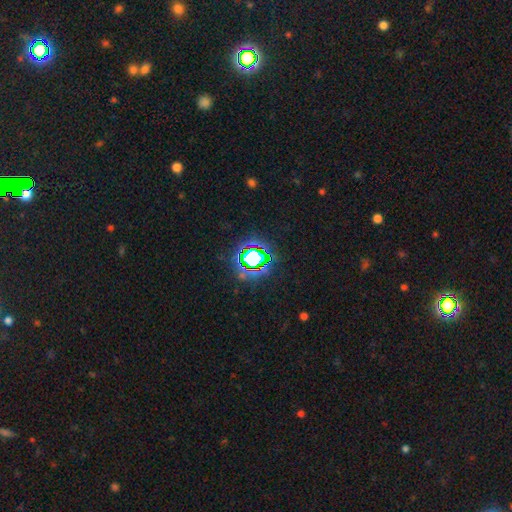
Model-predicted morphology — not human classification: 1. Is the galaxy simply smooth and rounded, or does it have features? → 77% star or artifact, 14% smooth, 9% featured or disk.